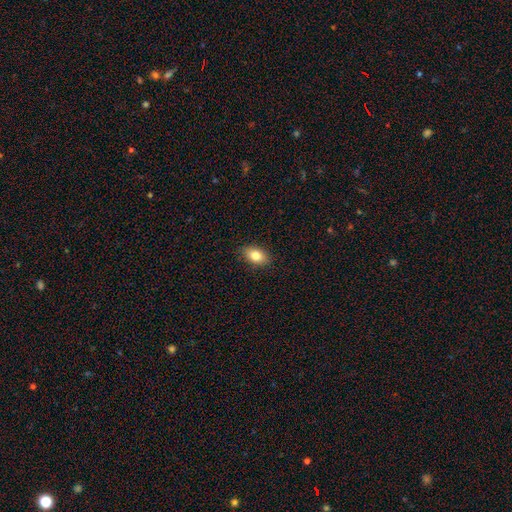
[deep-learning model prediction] A smooth galaxy with no disk features (82%) that is in between round and cigar-shaped (86%). Merging: none (88%).